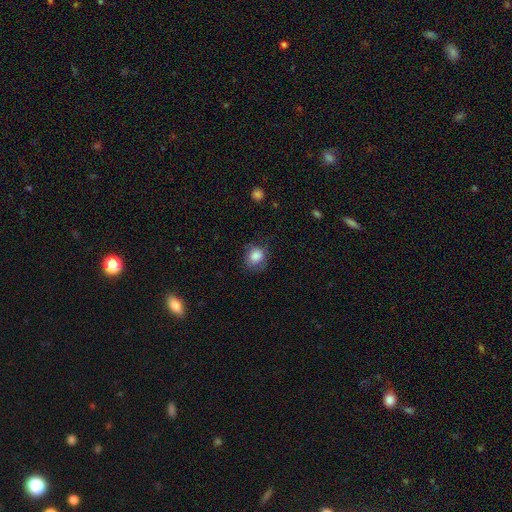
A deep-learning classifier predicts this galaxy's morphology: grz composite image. It shows a smooth galaxy with no disk features (83%) that is round (68%). Merging: none (66%).